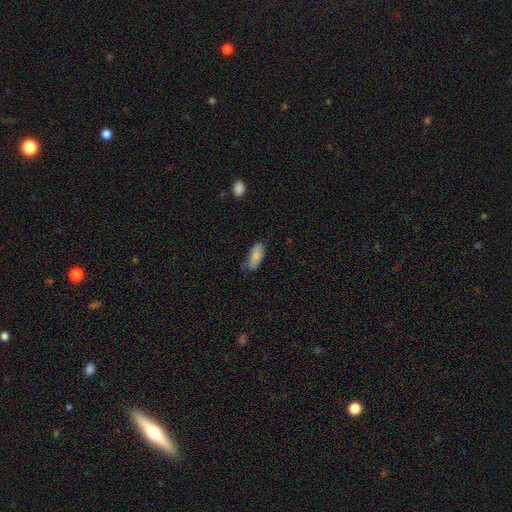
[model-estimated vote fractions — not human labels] The model was most divided on "merging": none: 63%, minor disturbance: 29%, major disturbance: 6%, merger: 2%. More confident: smooth or featured — smooth (84%); how rounded — in between (83%).